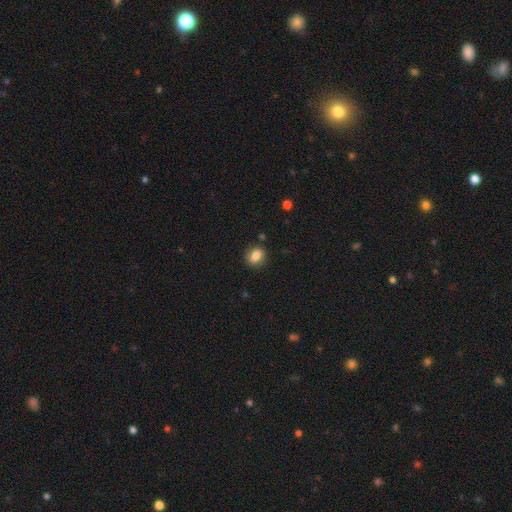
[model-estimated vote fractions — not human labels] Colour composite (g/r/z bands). It shows a smooth galaxy with no disk features (82%) that is in between round and cigar-shaped (54%). Merging: none (82%).